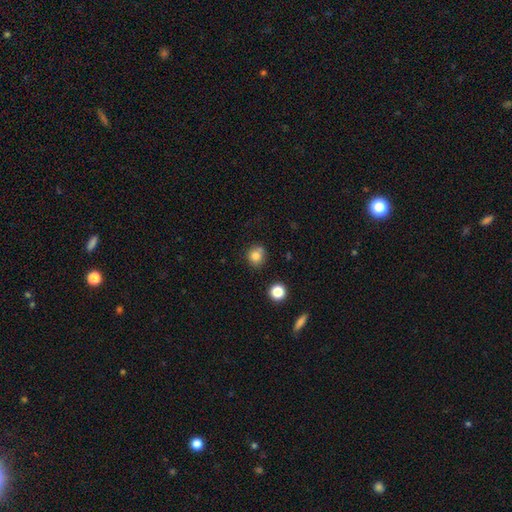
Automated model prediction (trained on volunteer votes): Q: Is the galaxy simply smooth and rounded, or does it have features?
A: smooth — 80%.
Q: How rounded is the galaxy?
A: round — 78%.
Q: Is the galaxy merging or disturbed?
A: none — 66%.